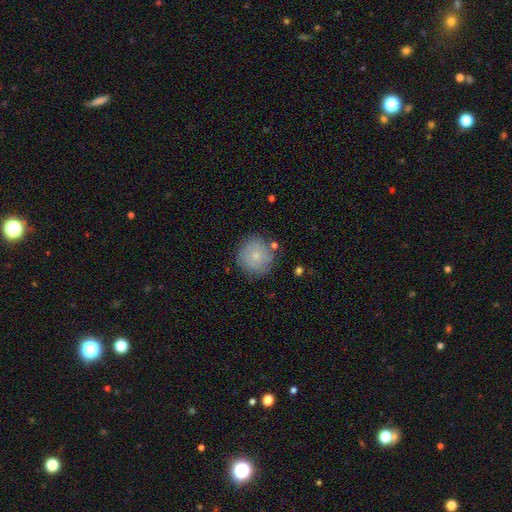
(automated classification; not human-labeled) This appears to be a smooth galaxy with no disk features (74%) that is round (94%). Merging: none (79%).